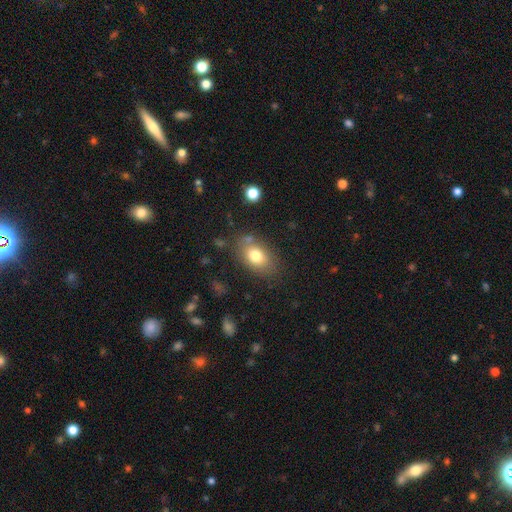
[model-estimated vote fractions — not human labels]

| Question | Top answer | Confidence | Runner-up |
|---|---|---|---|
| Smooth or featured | smooth | 76% | featured or disk (15%) |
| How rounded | in between | 82% | round (16%) |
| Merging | none | 73% | minor disturbance (16%) |